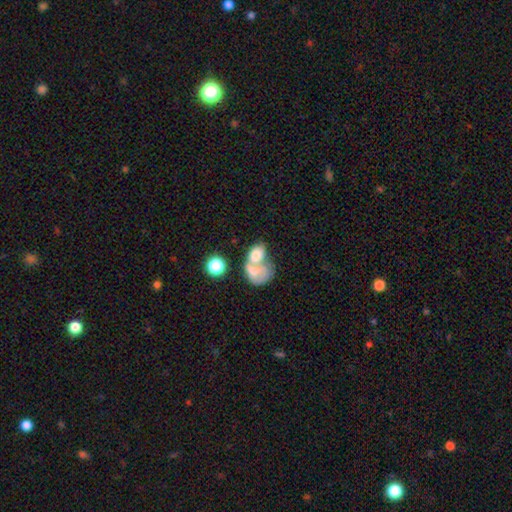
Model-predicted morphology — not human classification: Q: Smooth or featured?
A: smooth (63%); runner-up: featured or disk (28%)
Q: How rounded?
A: in between (75%); runner-up: round (23%)
Q: Merging?
A: merger (69%); runner-up: none (13%)